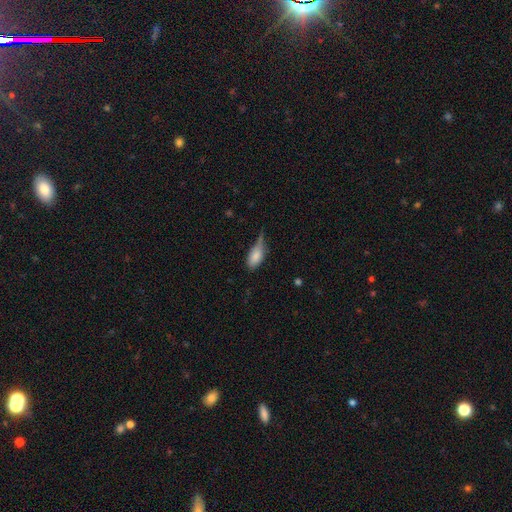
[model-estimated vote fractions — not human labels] smooth_or_featured: smooth (p=0.81) [alt: featured or disk p=0.12]
how_rounded: in between (p=0.87) [alt: cigar-shaped p=0.09]
merging: minor disturbance (p=0.45) [alt: none p=0.32]